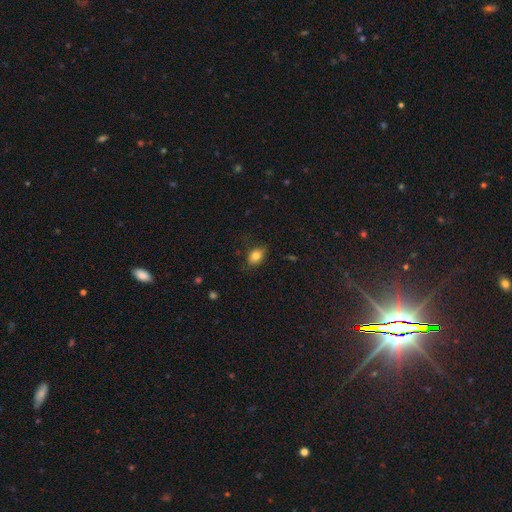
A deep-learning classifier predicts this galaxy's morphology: Q: Smooth or featured?
A: smooth (80%); runner-up: featured or disk (11%)
Q: How rounded?
A: in between (79%); runner-up: round (19%)
Q: Merging?
A: none (80%); runner-up: minor disturbance (16%)